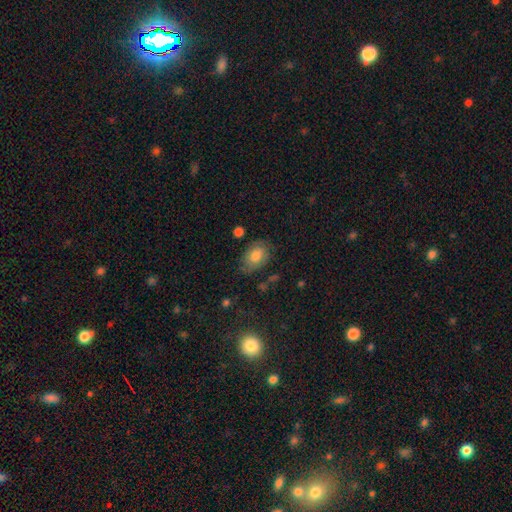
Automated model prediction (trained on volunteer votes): The model was most divided on "merging": none: 68%, minor disturbance: 23%, major disturbance: 7%, merger: 2%. More confident: how rounded — in between (85%); smooth or featured — smooth (69%).